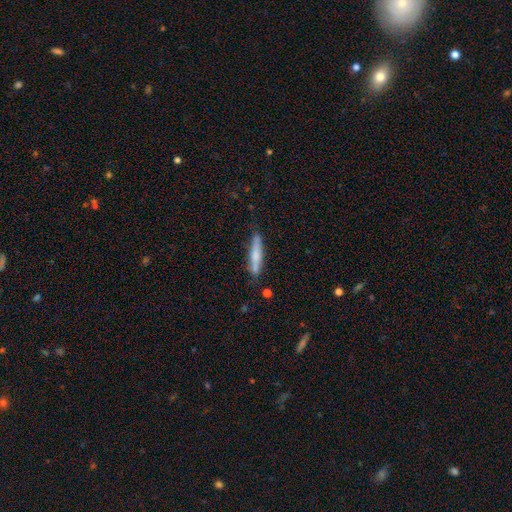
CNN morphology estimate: This appears to be a smooth galaxy with no disk features (65%) that is cigar-shaped (89%). Merging: none (79%).